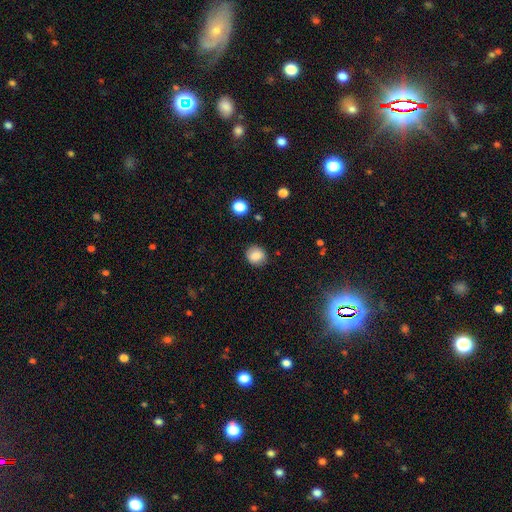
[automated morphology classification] Smooth or featured? Predicted: smooth (p=0.83). How rounded? Predicted: round (p=0.81). Merging? Predicted: none (p=0.86).